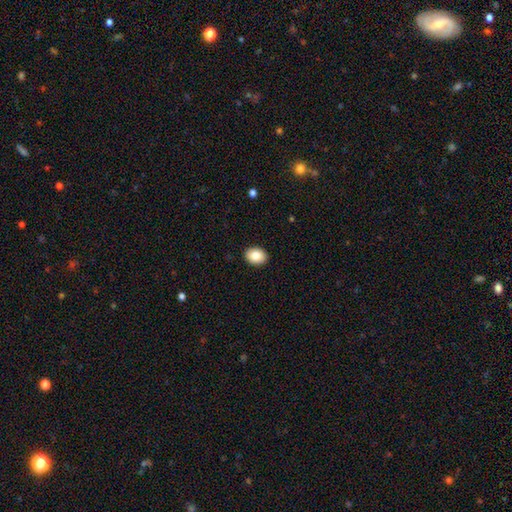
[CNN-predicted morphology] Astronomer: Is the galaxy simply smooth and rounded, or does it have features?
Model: smooth — 84%.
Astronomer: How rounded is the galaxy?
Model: in between — 68%.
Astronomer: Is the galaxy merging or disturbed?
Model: none — 91%.